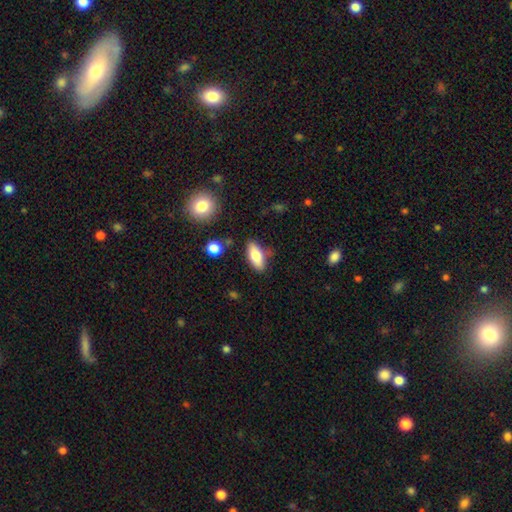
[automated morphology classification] Smooth or featured? Predicted: smooth (p=0.75). How rounded? Predicted: in between (p=0.79). Merging? Predicted: none (p=0.76).